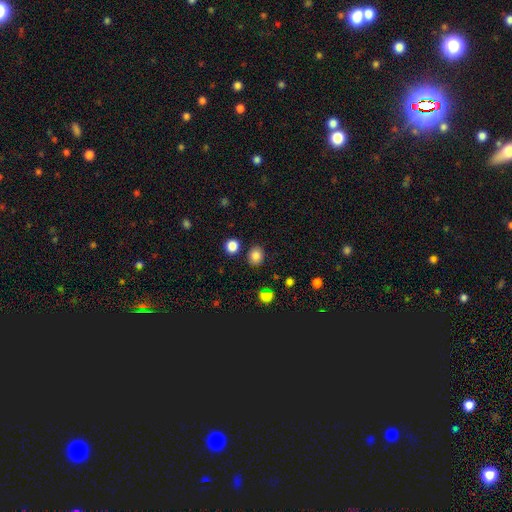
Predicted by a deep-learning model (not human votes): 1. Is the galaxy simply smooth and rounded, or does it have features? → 84% smooth, 12% star or artifact, 5% featured or disk.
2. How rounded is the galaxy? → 71% round, 28% in between, 1% cigar-shaped.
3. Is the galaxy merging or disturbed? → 85% none, 8% minor disturbance, 4% merger, 3% major disturbance.